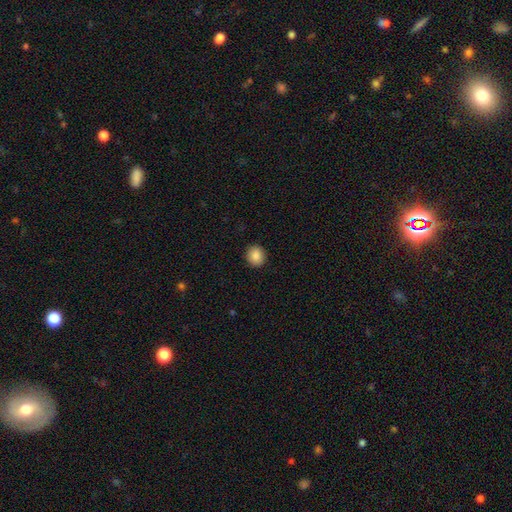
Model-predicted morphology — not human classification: This appears to be a smooth galaxy with no disk features (88%) that is round (79%). Merging: none (91%).